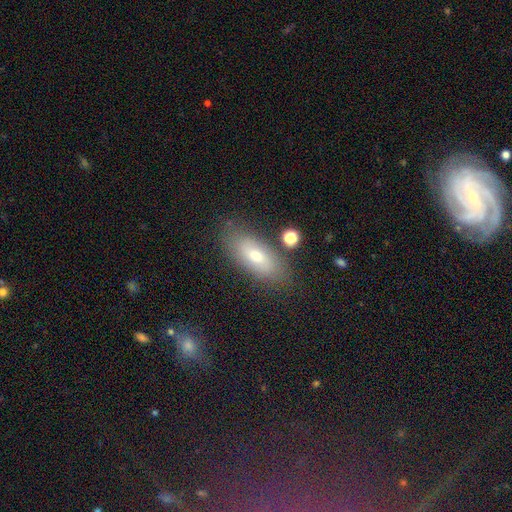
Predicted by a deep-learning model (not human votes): Morphology: type=smooth (68%); roundness=in between (82%); merging=none (78%).